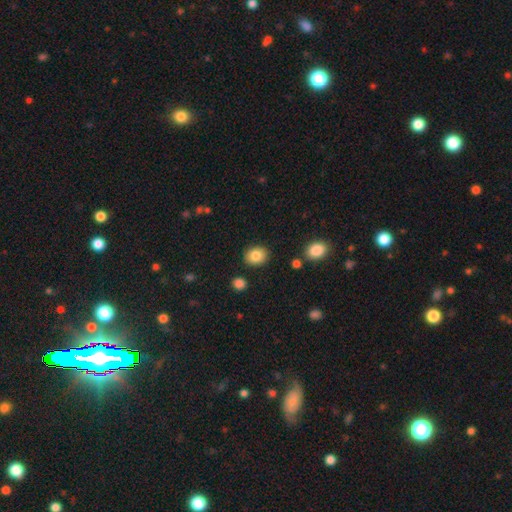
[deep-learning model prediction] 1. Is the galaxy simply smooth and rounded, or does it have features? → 85% smooth, 8% star or artifact, 7% featured or disk.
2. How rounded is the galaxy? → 55% round, 44% in between, 1% cigar-shaped.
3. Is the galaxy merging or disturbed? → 87% none, 8% minor disturbance, 2% merger, 2% major disturbance.